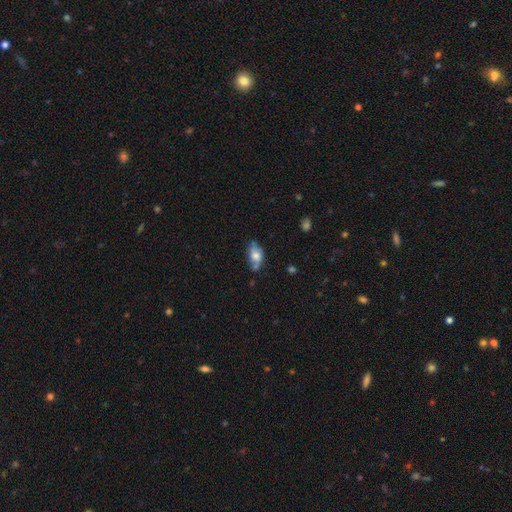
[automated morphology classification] Smooth or featured: smooth — 60% (featured or disk — 31%)
How rounded: in between — 87% (round — 9%)
Merging: none — 51% (minor disturbance — 30%)